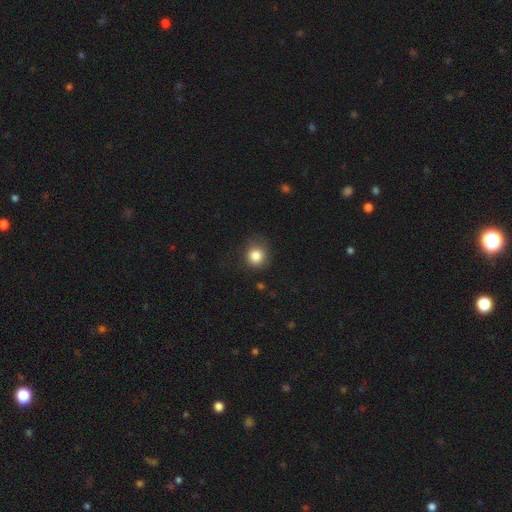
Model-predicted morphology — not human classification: Smooth or featured?
  - smooth: 83% *
  - star or artifact: 10%
  - featured or disk: 6%
How rounded?
  - round: 88% *
  - in between: 11%
  - cigar-shaped: 1%
Merging?
  - none: 72% *
  - minor disturbance: 20%
  - major disturbance: 7%
  - merger: 1%